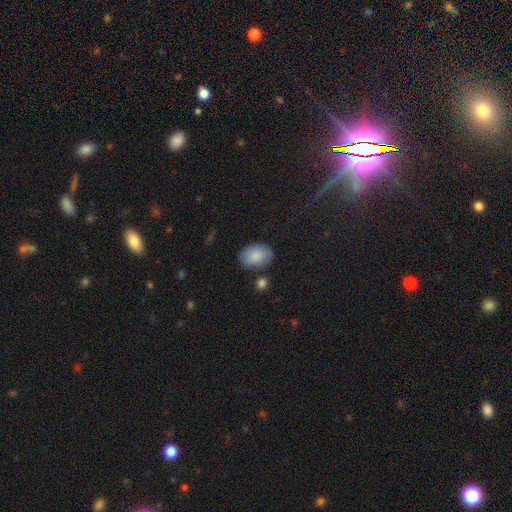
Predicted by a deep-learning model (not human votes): smooth-or-featured: smooth: 86% | featured or disk: 7% | star or artifact: 7%
  how-rounded: in between: 79% | round: 20% | cigar-shaped: 1%
  merging: none: 76% | minor disturbance: 15% | merger: 5% | major disturbance: 4%